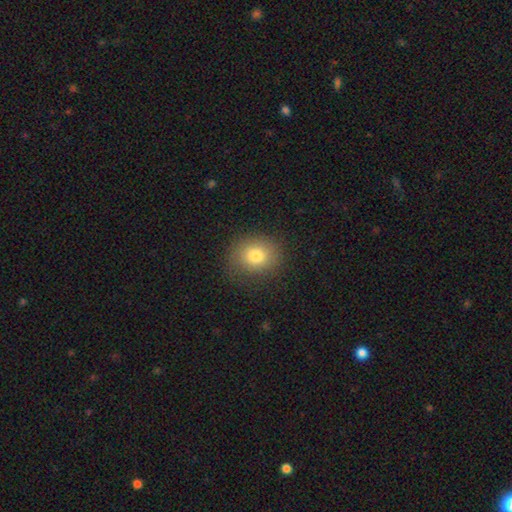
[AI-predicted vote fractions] Overall: smooth (78%). How rounded: round (68%; in between 31%). Merging: none (83%).